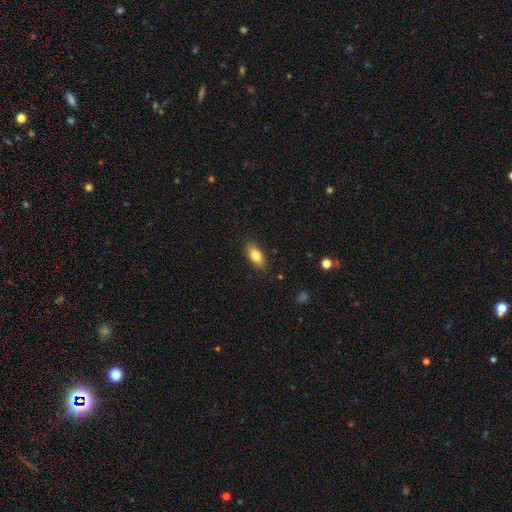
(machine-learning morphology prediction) This appears to be a smooth galaxy with no disk features (80%) that is in between round and cigar-shaped (87%). Merging: none (87%).